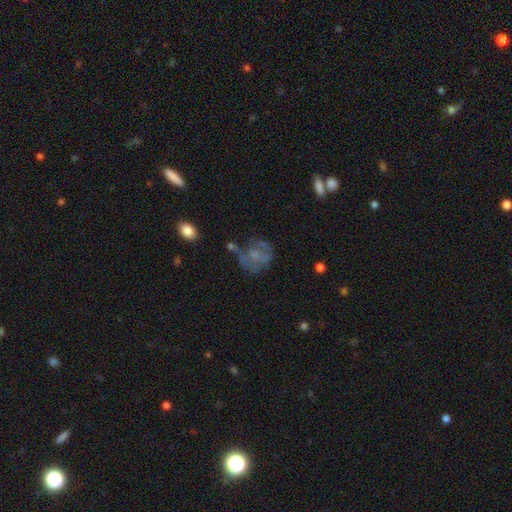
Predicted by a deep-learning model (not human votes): featured or disk 50%, smooth 36%, star or artifact 14%. Down the decision tree: edge-on disk — no (97%); merging — none (44%).